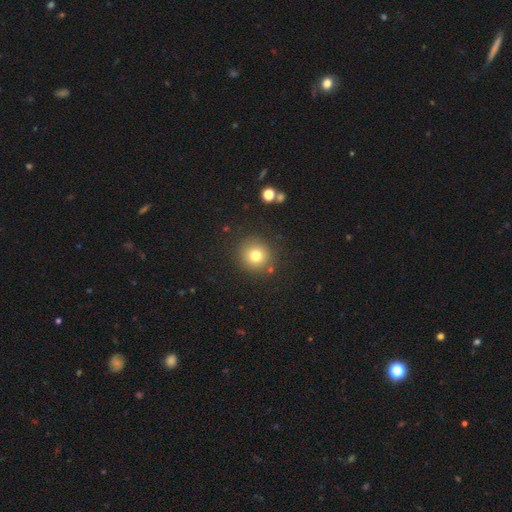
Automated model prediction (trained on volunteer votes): Overall: smooth (77%). How rounded: round (92%). Merging: none (86%).